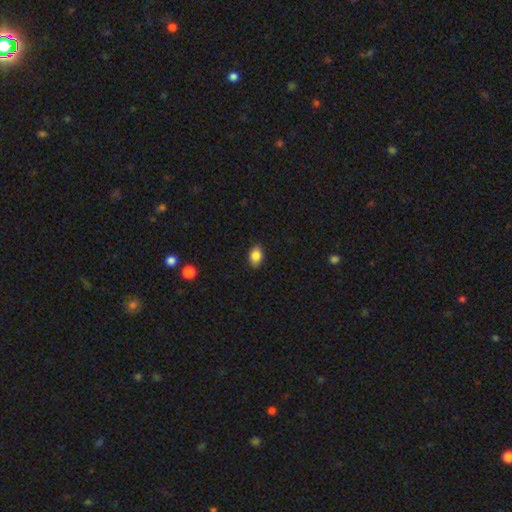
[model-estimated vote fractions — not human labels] Smooth or featured?
  - smooth: 86% *
  - star or artifact: 8%
  - featured or disk: 6%
How rounded?
  - in between: 84% *
  - round: 15%
  - cigar-shaped: 1%
Merging?
  - none: 88% *
  - minor disturbance: 9%
  - major disturbance: 2%
  - merger: 1%